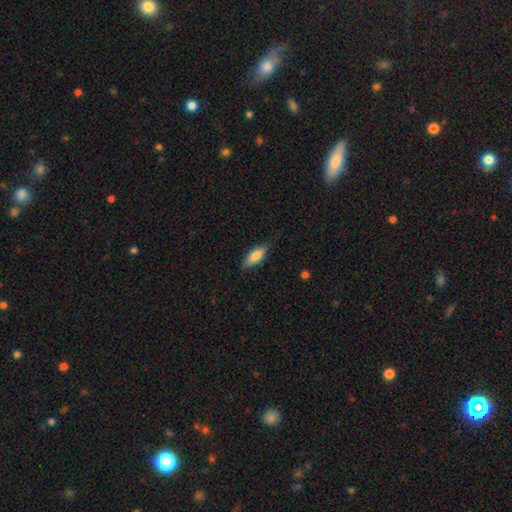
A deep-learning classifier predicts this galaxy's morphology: Overall: smooth (80%). How rounded: in between (75%). Merging: none (79%).